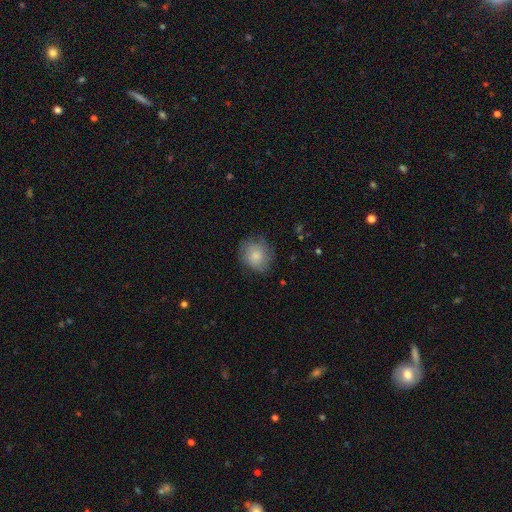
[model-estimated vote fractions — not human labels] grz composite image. It shows a smooth galaxy with no disk features (79%) that is round (78%). Merging: none (73%).